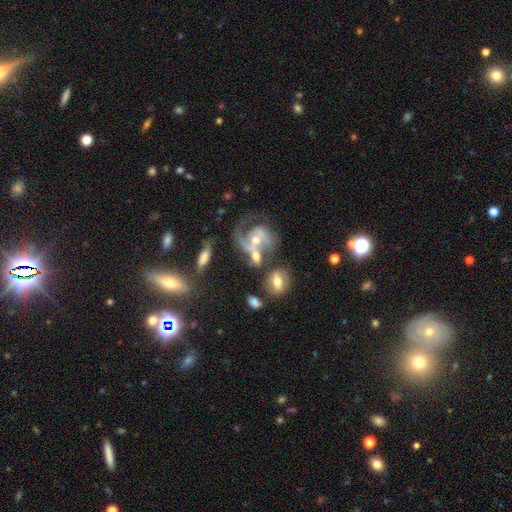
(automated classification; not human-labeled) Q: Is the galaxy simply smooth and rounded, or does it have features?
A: featured or disk — 79%.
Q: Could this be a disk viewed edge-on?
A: no — 96%.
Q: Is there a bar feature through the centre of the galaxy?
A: no — 44%.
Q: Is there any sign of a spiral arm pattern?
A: yes — 90%.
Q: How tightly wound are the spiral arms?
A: medium — 52%.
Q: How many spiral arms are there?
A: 2 — 72%.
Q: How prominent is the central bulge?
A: moderate — 68%.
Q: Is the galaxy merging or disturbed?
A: merger — 37%.